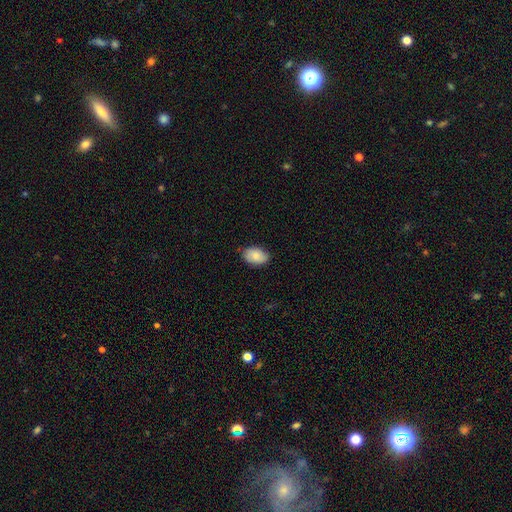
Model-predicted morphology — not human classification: A smooth galaxy with no disk features (81%) that is in between round and cigar-shaped (89%). Merging: none (81%).